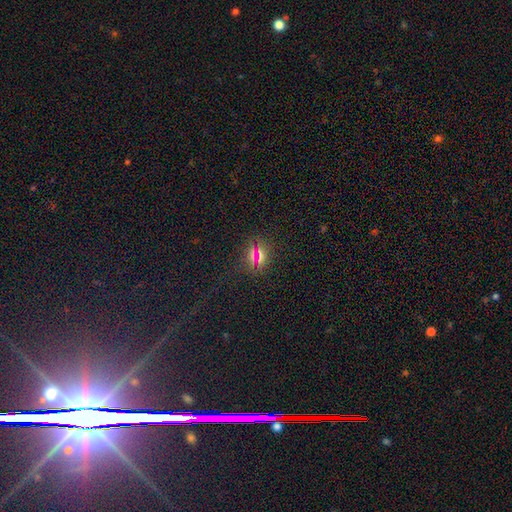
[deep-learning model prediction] smooth 52%, star or artifact 39%, featured or disk 10%. Down the decision tree: how rounded — round (67%); merging — none (82%).